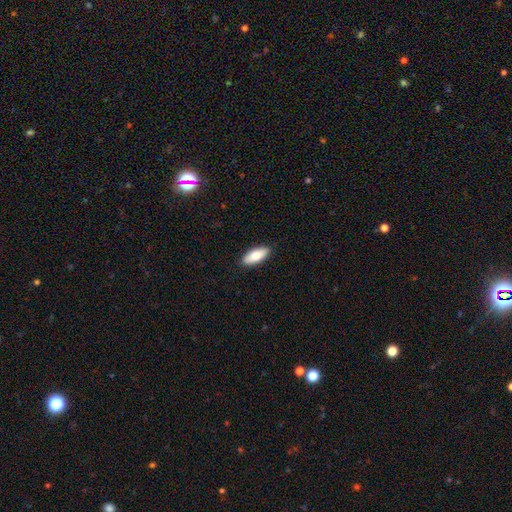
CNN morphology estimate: The model was most divided on "how rounded": in between: 77%, cigar-shaped: 21%, round: 2%. More confident: merging — none (89%); smooth or featured — smooth (82%).